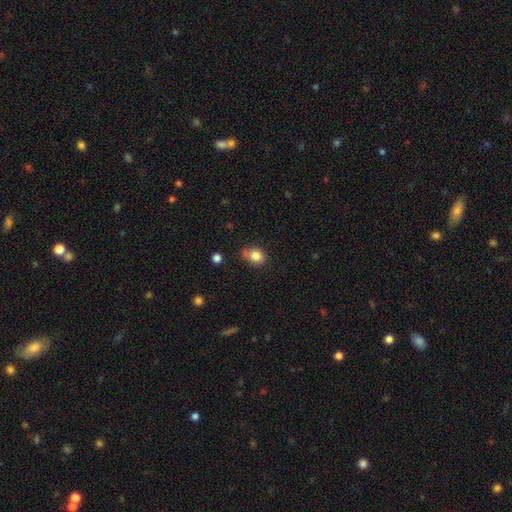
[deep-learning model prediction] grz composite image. It shows a smooth galaxy with no disk features (83%) that is round (56%). Merging: none (60%).